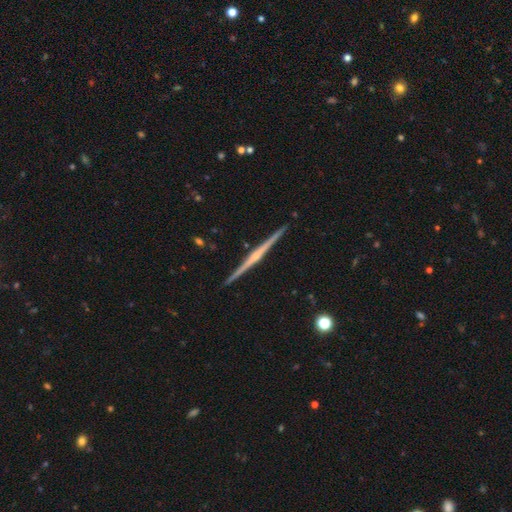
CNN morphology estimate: Smooth or featured: featured or disk — 82% (smooth — 13%)
Edge-on disk: yes — 99% (no — 1%)
Edge-on bulge: rounded — 62% (none — 27%)
Merging: none — 93% (minor disturbance — 5%)